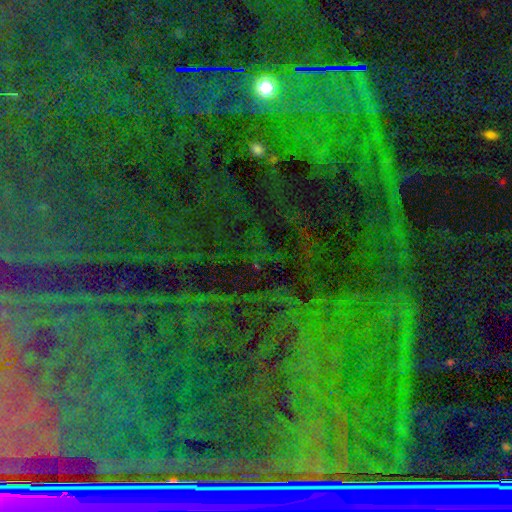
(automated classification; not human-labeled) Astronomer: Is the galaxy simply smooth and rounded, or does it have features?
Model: star or artifact — 86%.